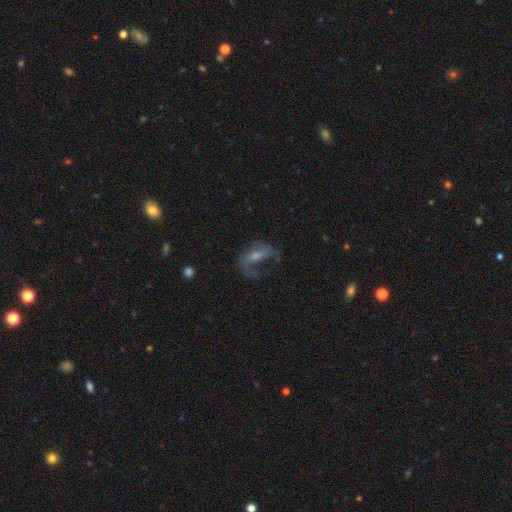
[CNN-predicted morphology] Smooth or featured?
  - featured or disk: 66% *
  - smooth: 23%
  - star or artifact: 10%
Edge-on disk?
  - no: 94% *
  - yes: 6%
Bar?
  - weak: 41% *
  - no: 38%
  - strong: 21%
Spiral arms?
  - yes: 76% *
  - no: 24%
Bulge size?
  - small: 45% *
  - moderate: 38%
  - none: 11%
  - large: 5%
  - dominant: 1%
Merging?
  - none: 40% *
  - major disturbance: 38%
  - minor disturbance: 19%
  - merger: 3%